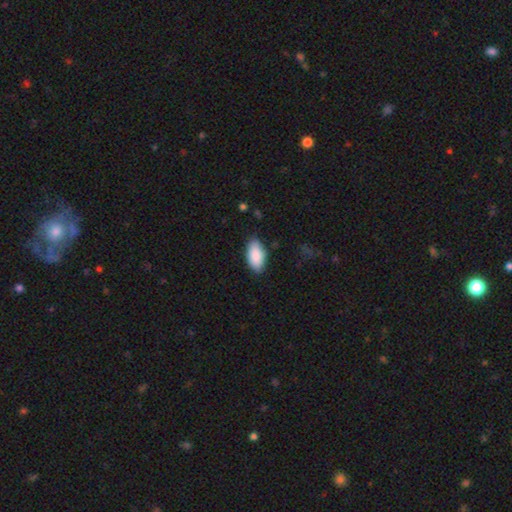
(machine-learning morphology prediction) smooth_or_featured: smooth (p=0.89) [alt: star or artifact p=0.06]
how_rounded: in between (p=0.93) [alt: cigar-shaped p=0.04]
merging: none (p=0.83) [alt: minor disturbance p=0.13]